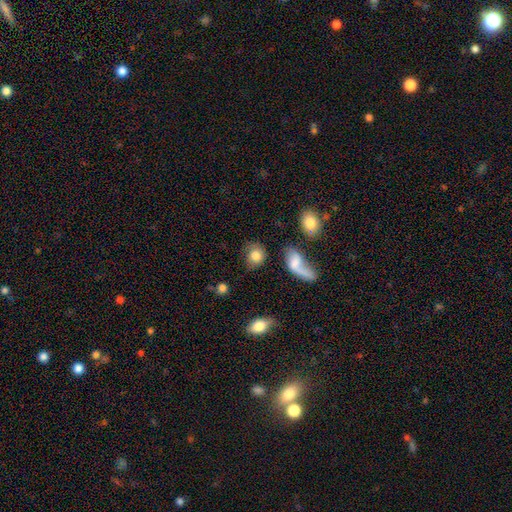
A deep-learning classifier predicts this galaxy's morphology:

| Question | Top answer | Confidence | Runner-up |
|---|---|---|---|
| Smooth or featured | smooth | 77% | featured or disk (15%) |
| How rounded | round | 65% | in between (33%) |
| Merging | none | 59% | minor disturbance (19%) |